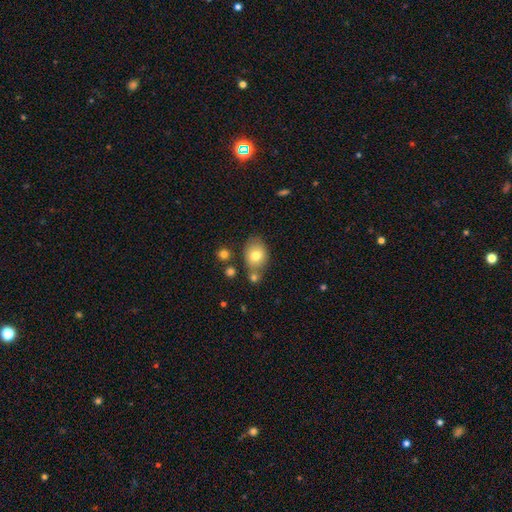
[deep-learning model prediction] smooth-or-featured: smooth: 77% | featured or disk: 15% | star or artifact: 9%
  how-rounded: in between: 62% | round: 37% | cigar-shaped: 1%
  merging: none: 60% | merger: 18% | minor disturbance: 17% | major disturbance: 5%